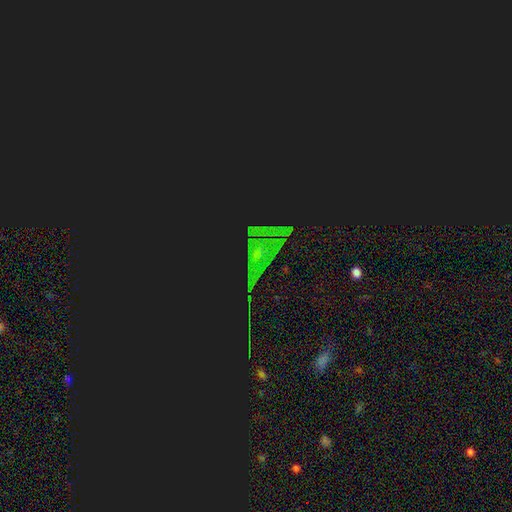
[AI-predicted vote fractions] A star or artifact, not a galaxy (63%).